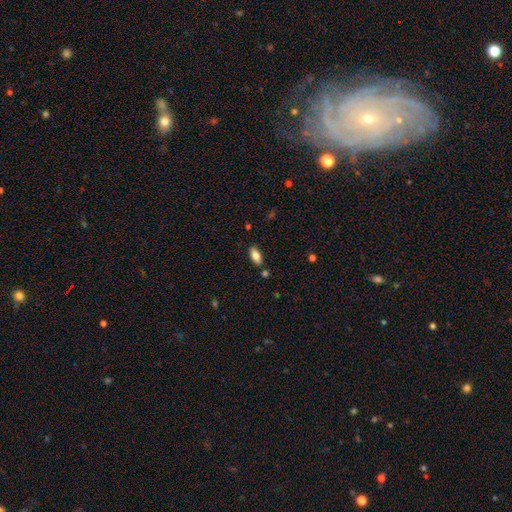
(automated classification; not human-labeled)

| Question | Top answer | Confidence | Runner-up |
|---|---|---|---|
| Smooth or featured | smooth | 80% | featured or disk (12%) |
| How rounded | in between | 88% | cigar-shaped (10%) |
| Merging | none | 85% | minor disturbance (10%) |